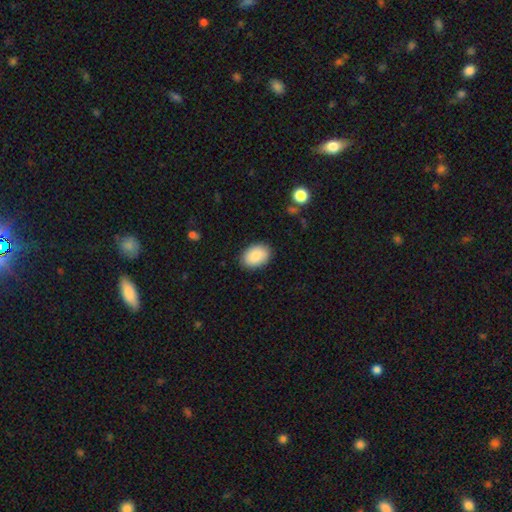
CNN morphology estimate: smooth 87%, featured or disk 7%, star or artifact 6%. Down the decision tree: how rounded — in between (82%); merging — none (87%).